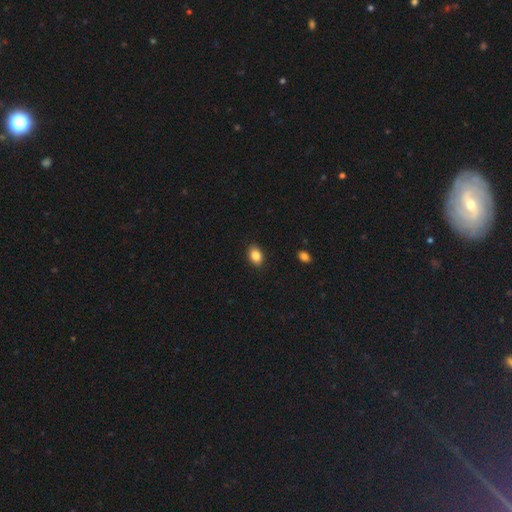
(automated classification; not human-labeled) Smooth or featured? Predicted: smooth (p=0.87). How rounded? Predicted: in between (p=0.83). Merging? Predicted: none (p=0.89).